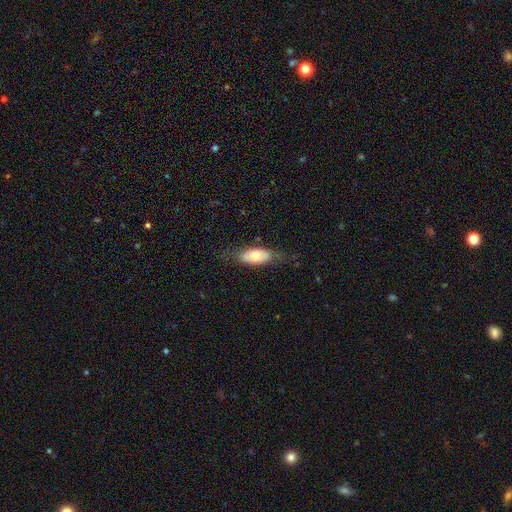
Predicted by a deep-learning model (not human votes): smooth-or-featured: smooth: 59% | featured or disk: 35% | star or artifact: 6%
  how-rounded: in between: 84% | cigar-shaped: 13% | round: 3%
  merging: none: 72% | minor disturbance: 19% | major disturbance: 7% | merger: 1%